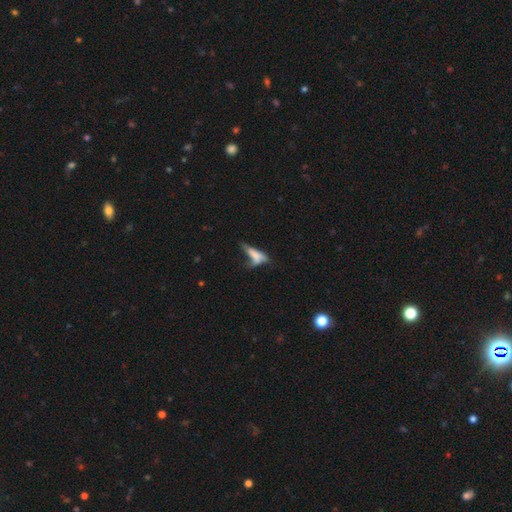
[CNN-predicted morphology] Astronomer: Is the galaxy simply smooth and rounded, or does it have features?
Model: smooth — 58%.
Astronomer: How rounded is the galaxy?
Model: cigar-shaped — 49% (runner-up: in between, 48%).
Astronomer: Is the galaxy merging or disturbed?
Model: major disturbance — 35% (runner-up: none, 27%).